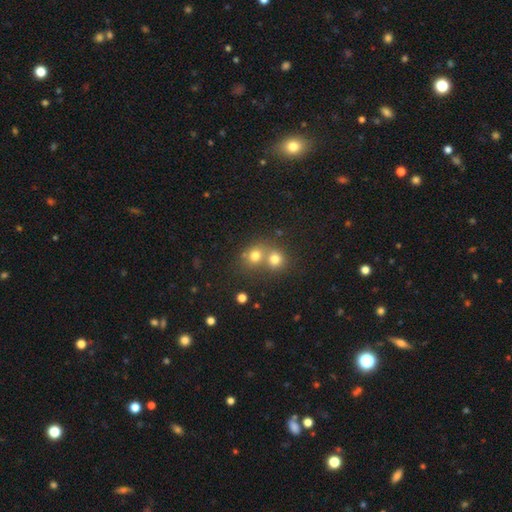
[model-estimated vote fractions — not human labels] Q: Smooth or featured?
A: smooth (72%); runner-up: star or artifact (16%)
Q: How rounded?
A: round (78%); runner-up: in between (21%)
Q: Merging?
A: merger (53%); runner-up: none (38%)